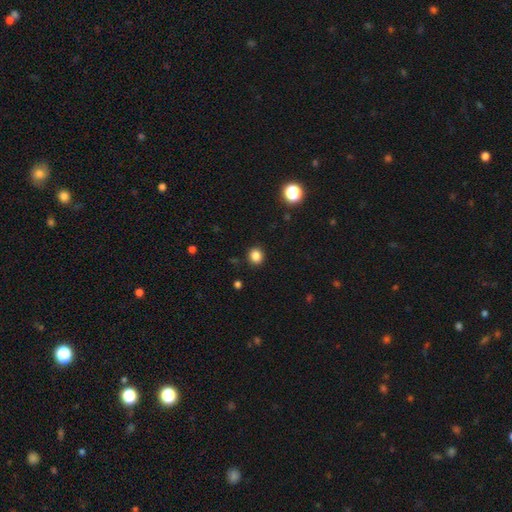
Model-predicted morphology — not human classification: smooth 85%, star or artifact 12%, featured or disk 3%. Down the decision tree: how rounded — round (83%); merging — none (91%).